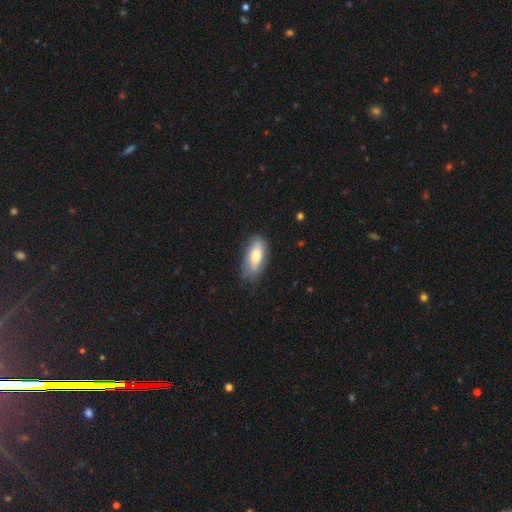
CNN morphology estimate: This is likely a smooth galaxy (72%). How rounded: clearly in between (84%). Merging: likely none (70%).